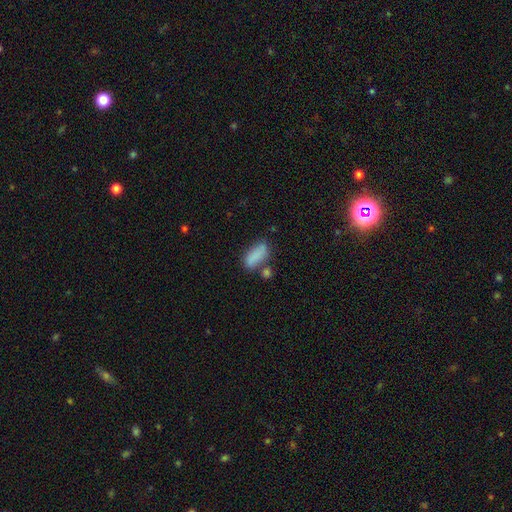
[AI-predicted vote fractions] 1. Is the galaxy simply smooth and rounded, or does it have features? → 84% smooth, 8% star or artifact, 8% featured or disk.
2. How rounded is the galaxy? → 76% in between, 21% cigar-shaped, 3% round.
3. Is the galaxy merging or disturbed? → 56% none, 19% minor disturbance, 18% merger, 7% major disturbance.